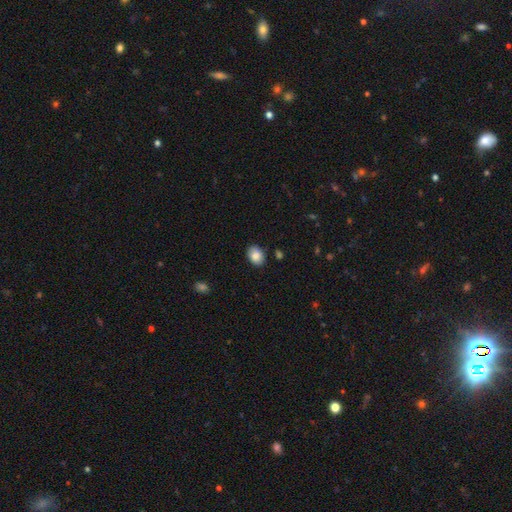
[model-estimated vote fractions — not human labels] smooth_or_featured: smooth (p=0.87) [alt: star or artifact p=0.08]
how_rounded: in between (p=0.66) [alt: round p=0.33]
merging: none (p=0.85) [alt: minor disturbance p=0.11]